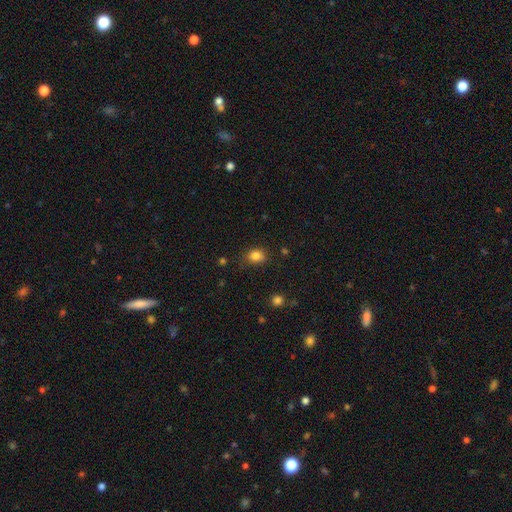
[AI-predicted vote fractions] Smooth or featured?
  - smooth: 83% *
  - star or artifact: 12%
  - featured or disk: 5%
How rounded?
  - round: 51% *
  - in between: 48%
  - cigar-shaped: 1%
Merging?
  - none: 73% *
  - minor disturbance: 20%
  - major disturbance: 5%
  - merger: 3%